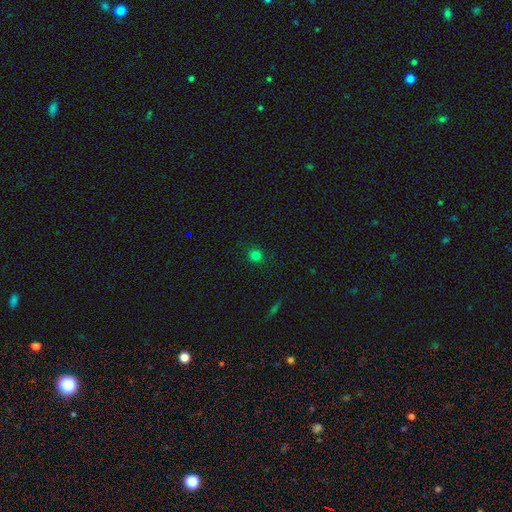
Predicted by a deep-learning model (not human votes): This is likely a smooth galaxy (78%). How rounded: clearly round (91%). Merging: clearly none (89%).